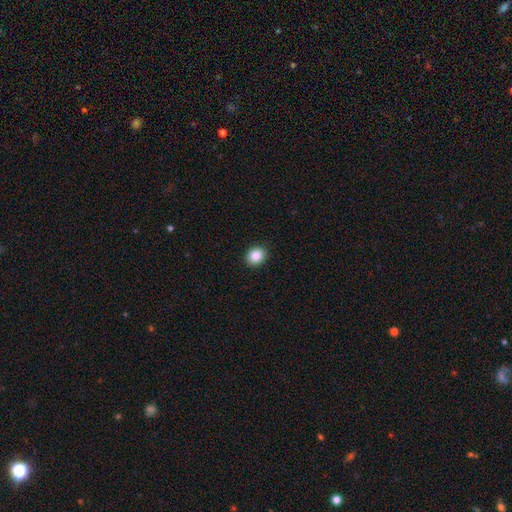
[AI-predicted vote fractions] Q: Smooth or featured?
A: smooth (85%); runner-up: star or artifact (9%)
Q: How rounded?
A: round (61%); runner-up: in between (38%)
Q: Merging?
A: none (91%); runner-up: minor disturbance (7%)